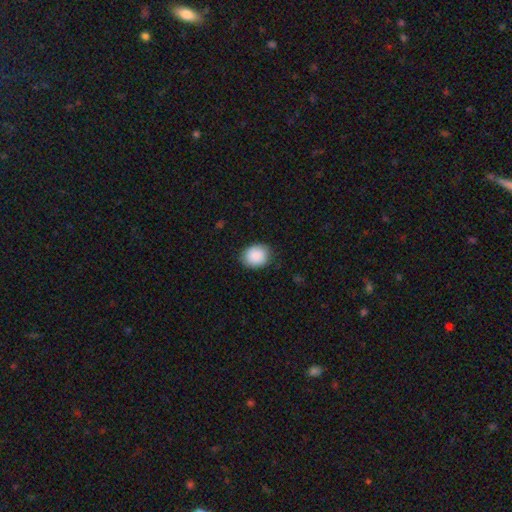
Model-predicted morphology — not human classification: This appears to be a smooth galaxy with no disk features (89%) that is round (63%). Merging: none (84%).